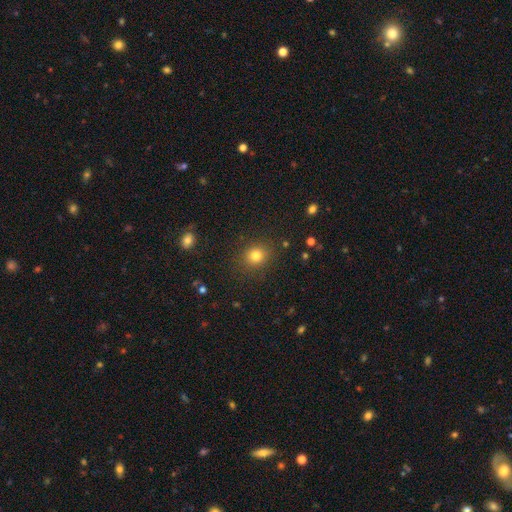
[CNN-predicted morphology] smooth-or-featured: smooth: 80% | star or artifact: 14% | featured or disk: 6%
  how-rounded: round: 77% | in between: 22% | cigar-shaped: 1%
  merging: none: 86% | minor disturbance: 9% | major disturbance: 3% | merger: 2%